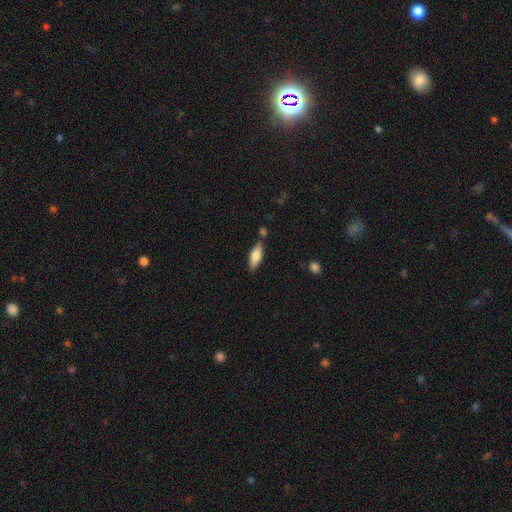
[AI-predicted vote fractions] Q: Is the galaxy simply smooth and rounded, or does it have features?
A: smooth — 71%.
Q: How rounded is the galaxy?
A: in between — 64%.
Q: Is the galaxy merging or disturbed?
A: none — 75%.